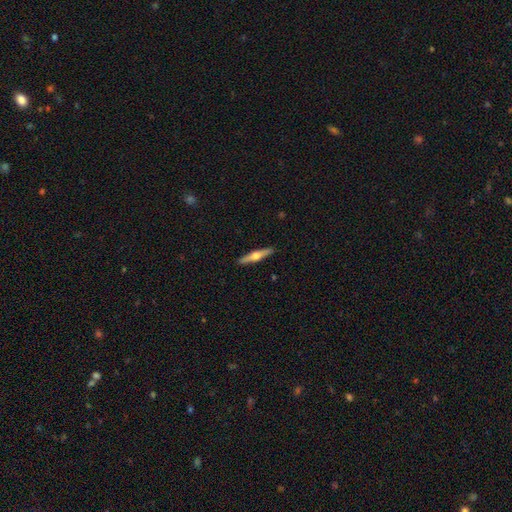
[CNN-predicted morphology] featured or disk 62%, smooth 32%, star or artifact 5%. Down the decision tree: edge-on disk — yes (97%); edge-on bulge — rounded (94%); merging — none (92%).